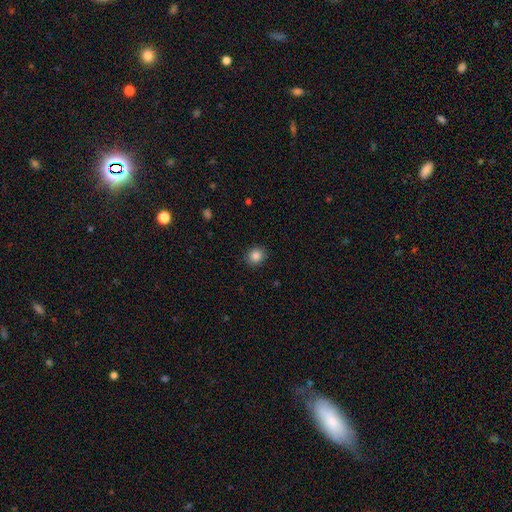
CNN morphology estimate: smooth_or_featured: smooth (p=0.86) [alt: star or artifact p=0.10]
how_rounded: round (p=0.77) [alt: in between p=0.22]
merging: none (p=0.90) [alt: minor disturbance p=0.07]